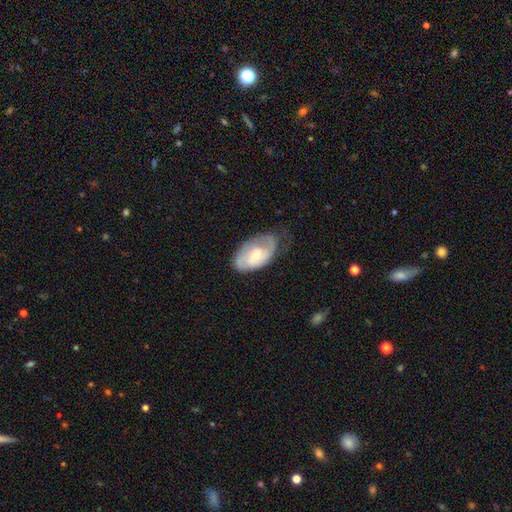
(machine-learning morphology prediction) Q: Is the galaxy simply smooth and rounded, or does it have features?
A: featured or disk — 58%.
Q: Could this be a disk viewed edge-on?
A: no — 95%.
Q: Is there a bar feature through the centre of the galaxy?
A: no — 55%.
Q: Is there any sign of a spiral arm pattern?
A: yes — 78%.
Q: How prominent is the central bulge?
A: moderate — 50%.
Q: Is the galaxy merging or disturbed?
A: none — 46%.